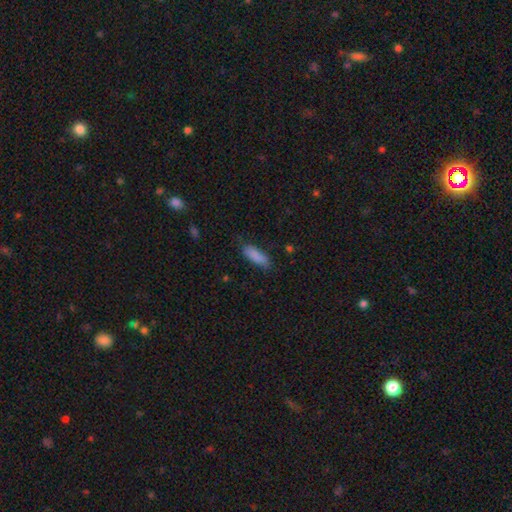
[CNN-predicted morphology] The model was most divided on "how rounded": in between: 64%, cigar-shaped: 34%, round: 2%. More confident: smooth or featured — smooth (87%); merging — none (74%).